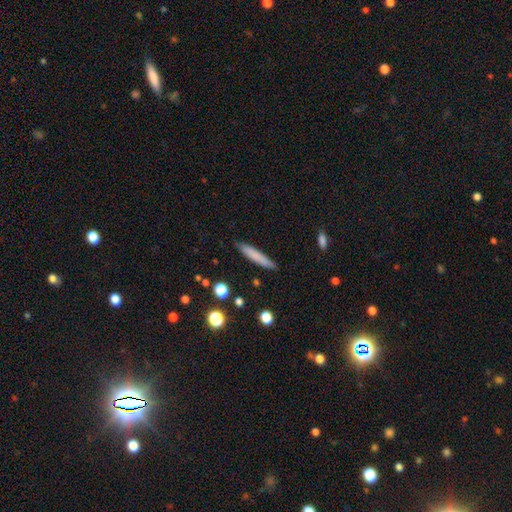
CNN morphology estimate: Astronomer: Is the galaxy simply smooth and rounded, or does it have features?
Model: smooth — 76%.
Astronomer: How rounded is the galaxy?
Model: cigar-shaped — 93%.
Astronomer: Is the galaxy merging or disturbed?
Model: none — 88%.